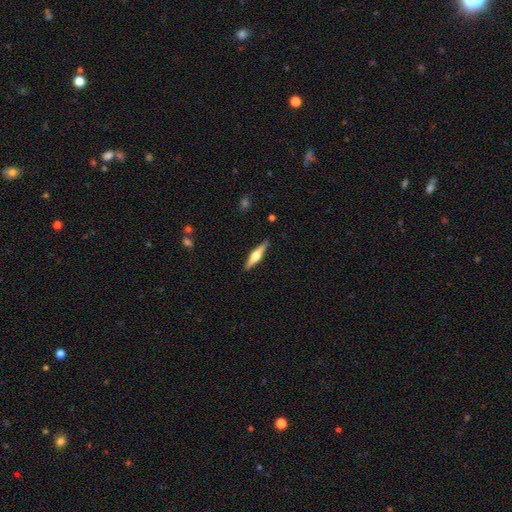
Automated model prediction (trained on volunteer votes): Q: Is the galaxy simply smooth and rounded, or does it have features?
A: featured or disk — 64%.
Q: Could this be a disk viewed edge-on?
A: yes — 97%.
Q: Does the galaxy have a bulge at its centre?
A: rounded — 92%.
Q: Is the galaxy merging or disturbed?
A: none — 90%.